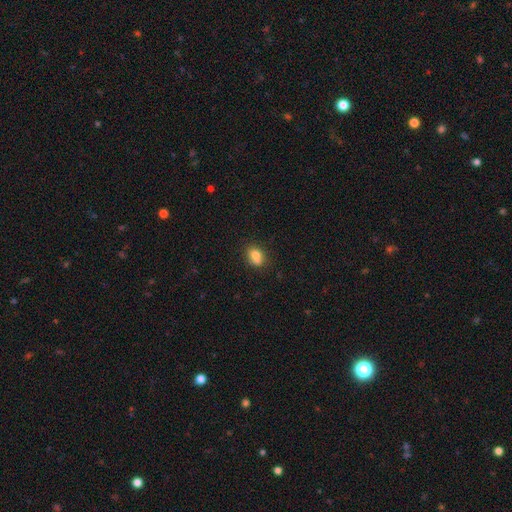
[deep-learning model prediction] smooth 76%, featured or disk 13%, star or artifact 11%. Down the decision tree: how rounded — in between (57%); merging — none (56%).